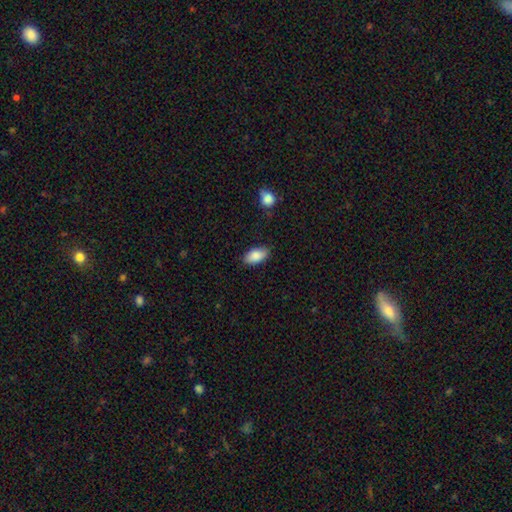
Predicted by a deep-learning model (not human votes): Smooth or featured?
  - smooth: 88% *
  - star or artifact: 7%
  - featured or disk: 6%
How rounded?
  - in between: 93% *
  - round: 4%
  - cigar-shaped: 3%
Merging?
  - none: 84% *
  - minor disturbance: 12%
  - major disturbance: 2%
  - merger: 2%